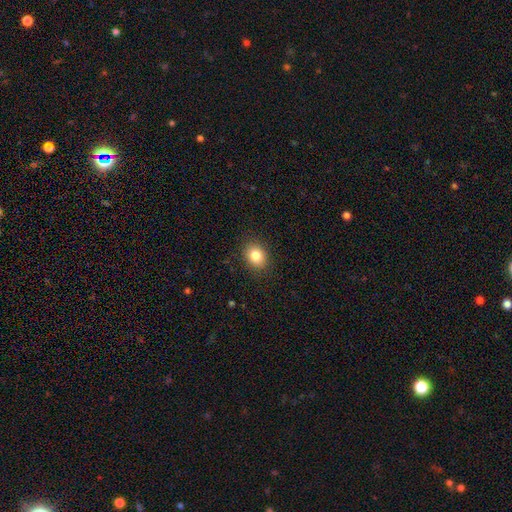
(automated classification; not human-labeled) smooth_or_featured: smooth (p=0.83) [alt: star or artifact p=0.10]
how_rounded: round (p=0.52) [alt: in between p=0.47]
merging: none (p=0.88) [alt: minor disturbance p=0.08]